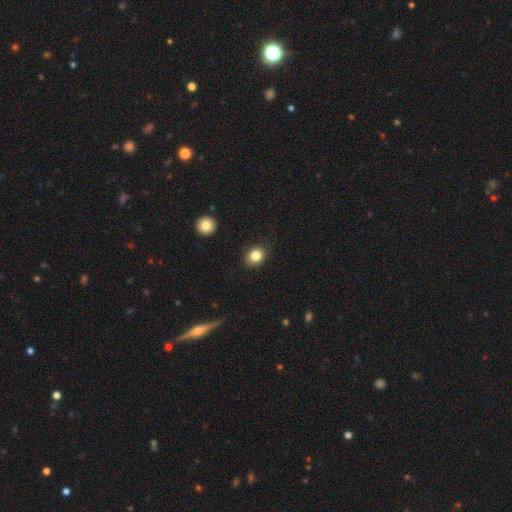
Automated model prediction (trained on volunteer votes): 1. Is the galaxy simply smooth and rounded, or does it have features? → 84% smooth, 10% star or artifact, 6% featured or disk.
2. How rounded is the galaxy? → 59% round, 40% in between, 1% cigar-shaped.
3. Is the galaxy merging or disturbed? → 88% none, 9% minor disturbance, 2% major disturbance, 1% merger.